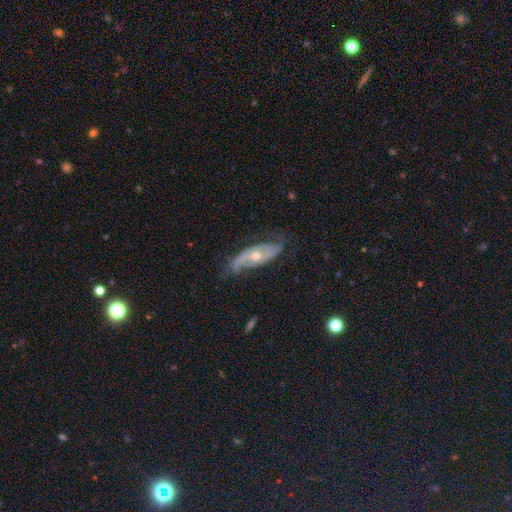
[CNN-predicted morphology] type=featured or disk (79%); edge-on=no (84%); bar=no (70%); spiral arms=yes (90%); winding=medium (39%); arm count=2 (77%); bulge=moderate (49%); merging=none (66%).